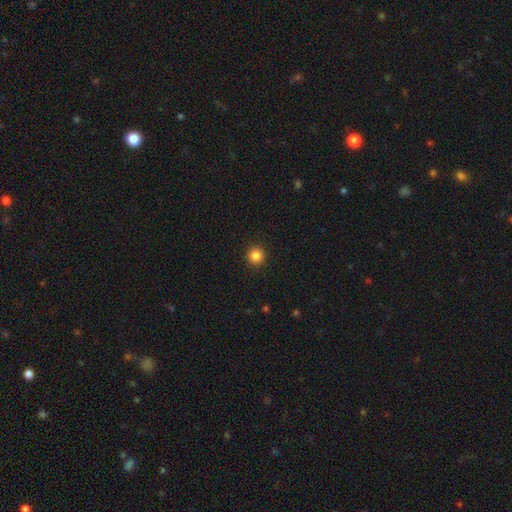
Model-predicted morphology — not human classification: Smooth or featured?
  - smooth: 85% *
  - star or artifact: 12%
  - featured or disk: 4%
How rounded?
  - round: 95% *
  - in between: 4%
  - cigar-shaped: 1%
Merging?
  - none: 93% *
  - minor disturbance: 5%
  - major disturbance: 2%
  - merger: 1%